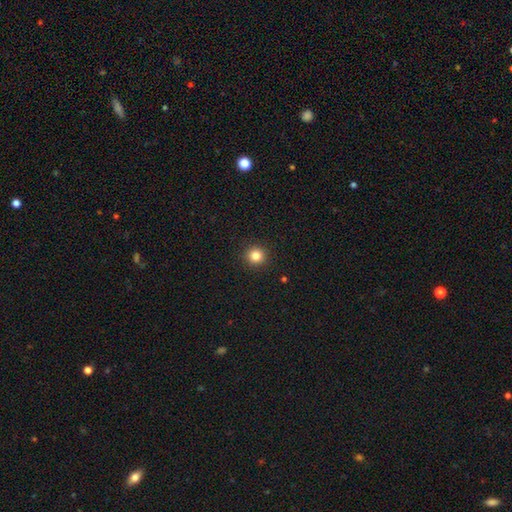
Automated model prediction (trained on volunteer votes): A smooth galaxy with no disk features (83%) that is round (95%). Merging: none (93%).